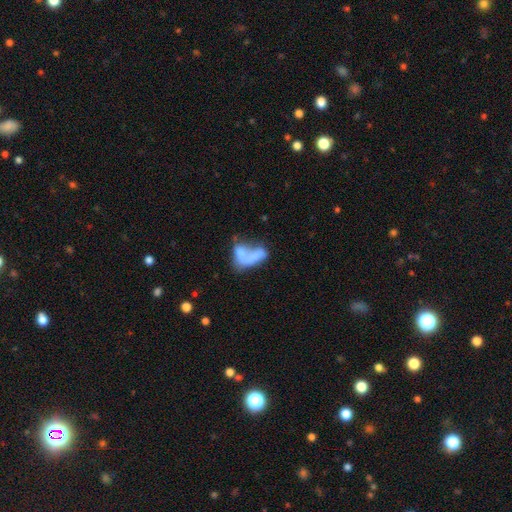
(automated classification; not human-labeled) A smooth galaxy with no disk features (65%) that is in between round and cigar-shaped (83%). Merging: merger (59%).